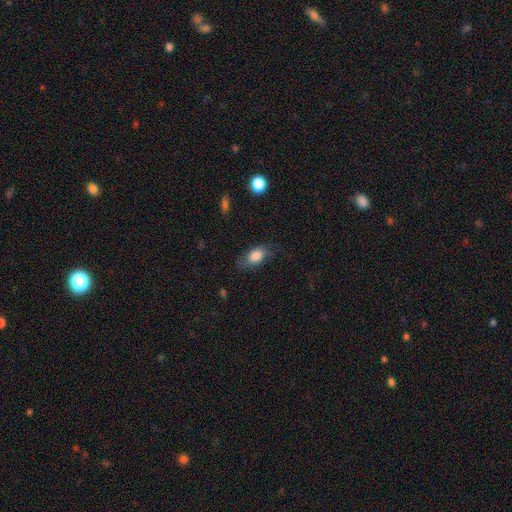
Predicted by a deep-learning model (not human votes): A smooth galaxy with no disk features (79%) that is in between round and cigar-shaped (87%).

Vote fractions:
- Smooth or featured? smooth: 79% / featured or disk: 14% / star or artifact: 7%
- How rounded? in between: 87% / round: 9% / cigar-shaped: 5%
- Merging? none: 66% / minor disturbance: 23% / major disturbance: 10% / merger: 1%